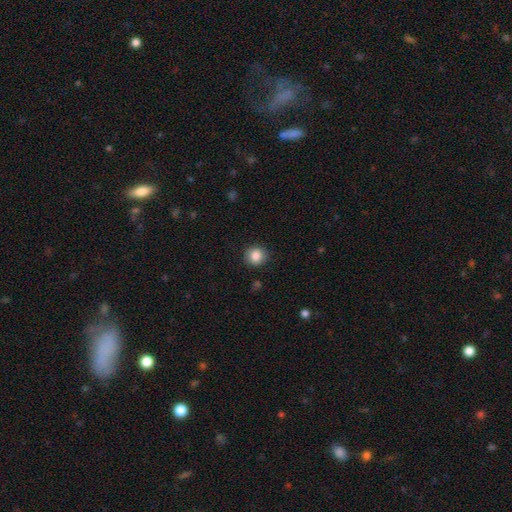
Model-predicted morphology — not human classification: A smooth galaxy with no disk features (86%) that is round (89%).

Vote fractions:
- Smooth or featured? smooth: 86% / star or artifact: 9% / featured or disk: 4%
- How rounded? round: 89% / in between: 10% / cigar-shaped: 1%
- Merging? none: 89% / minor disturbance: 8% / major disturbance: 2% / merger: 1%